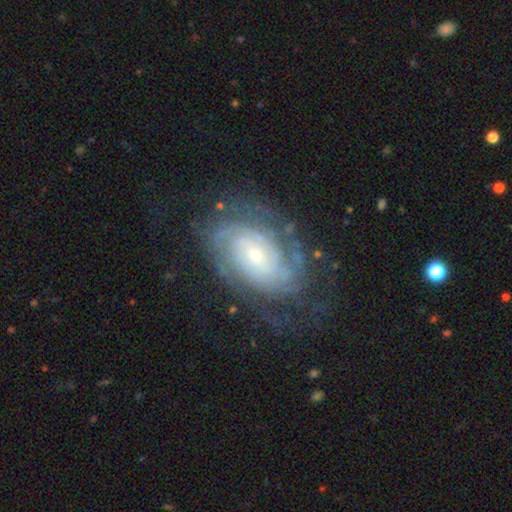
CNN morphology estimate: Smooth or featured?
  - featured or disk: 85% *
  - smooth: 9%
  - star or artifact: 6%
Edge-on disk?
  - no: 96% *
  - yes: 4%
Bar?
  - no: 58% *
  - weak: 33%
  - strong: 9%
Spiral arms?
  - yes: 96% *
  - no: 4%
Spiral winding?
  - tight: 71% *
  - medium: 23%
  - loose: 6%
Spiral arm count?
  - can't tell: 39% *
  - 2: 24%
  - 3: 14%
  - 4: 12%
  - more than 4: 6%
  - 1: 5%
Bulge size?
  - small: 65% *
  - moderate: 29%
  - large: 3%
  - none: 2%
  - dominant: 1%
Merging?
  - none: 70% *
  - minor disturbance: 18%
  - major disturbance: 11%
  - merger: 2%